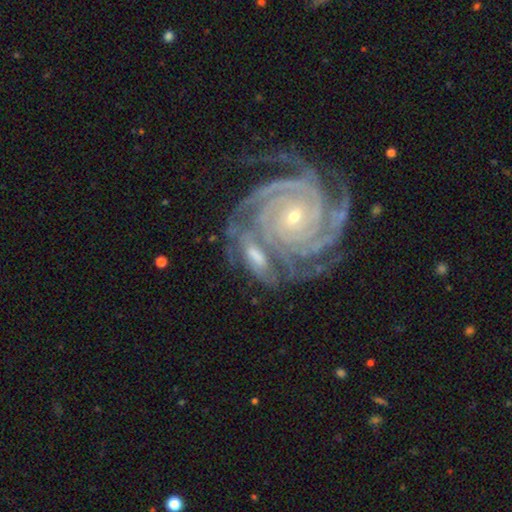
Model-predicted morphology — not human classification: This is likely a featured or disk galaxy (79%). It is clearly not viewed edge-on (95%). Bar: possibly no (57%). Spiral arm pattern: clearly yes (94%). Spiral arm count: marginally can't tell (29%). Spiral winding: likely tight (78%). Central bulge: possibly small (59%). Merging: marginally none (42%).